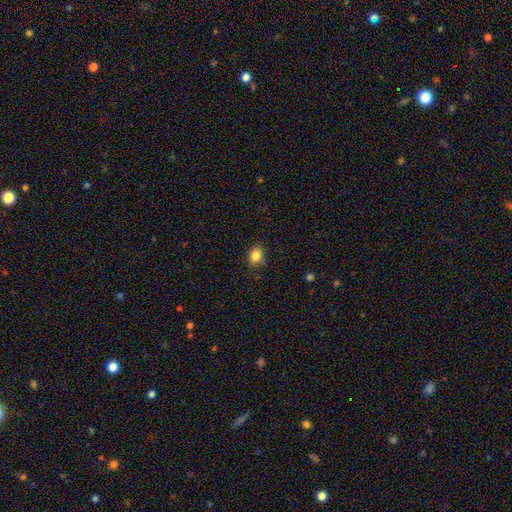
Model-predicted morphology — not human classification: smooth 84%, star or artifact 11%, featured or disk 5%. Down the decision tree: how rounded — round (60%); merging — none (84%).